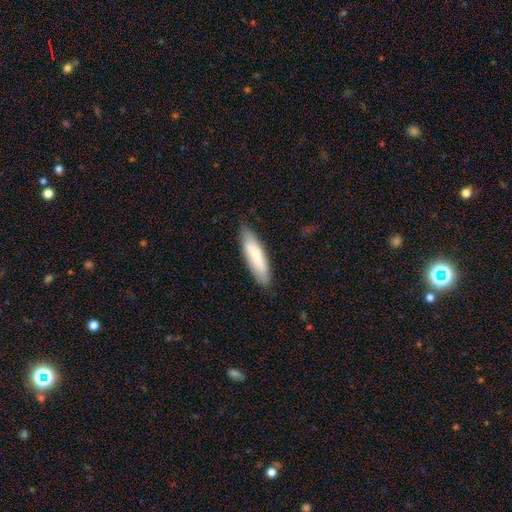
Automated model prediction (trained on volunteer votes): Smooth or featured: smooth — 77% (featured or disk — 18%)
How rounded: cigar-shaped — 70% (in between — 28%)
Merging: none — 83% (minor disturbance — 13%)